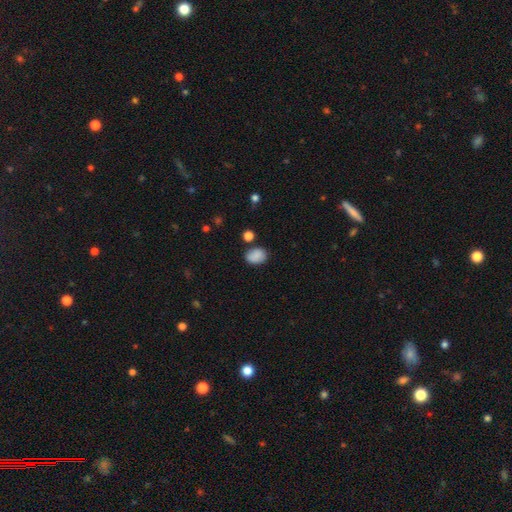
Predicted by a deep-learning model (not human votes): A smooth galaxy with no disk features (85%) that is in between round and cigar-shaped (65%).

Vote fractions:
- Smooth or featured? smooth: 85% / star or artifact: 9% / featured or disk: 6%
- How rounded? in between: 65% / round: 34% / cigar-shaped: 1%
- Merging? none: 75% / minor disturbance: 15% / merger: 6% / major disturbance: 4%